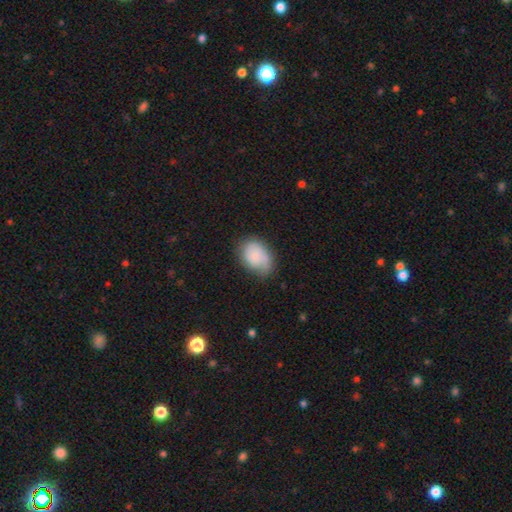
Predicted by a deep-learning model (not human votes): This is likely a smooth galaxy (74%). How rounded: likely in between (77%). Merging: possibly none (58%).